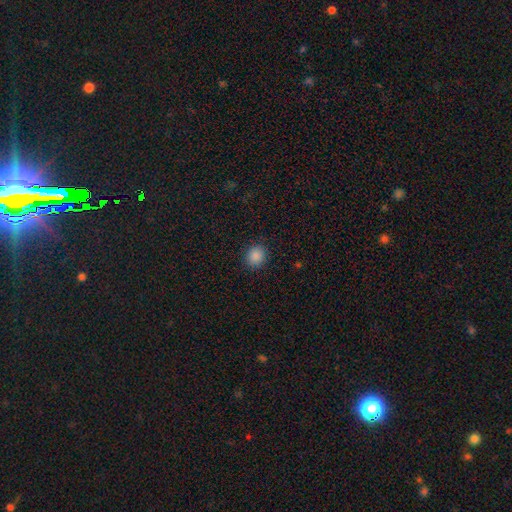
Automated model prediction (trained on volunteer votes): This appears to be a smooth galaxy with no disk features (87%) that is round (83%). Merging: none (90%).